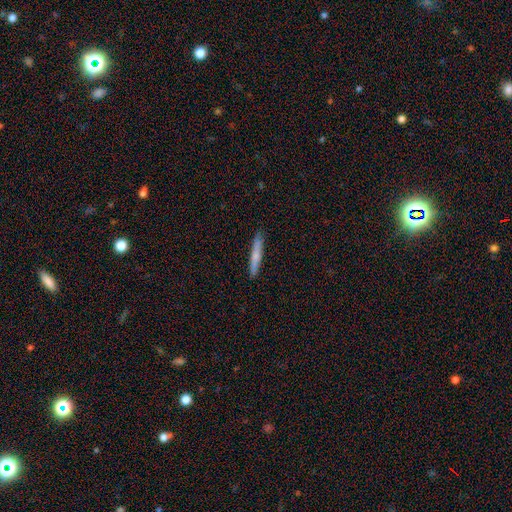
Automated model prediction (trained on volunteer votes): smooth_or_featured: smooth (p=0.67) [alt: featured or disk p=0.27]
how_rounded: cigar-shaped (p=0.94) [alt: in between p=0.04]
merging: none (p=0.90) [alt: minor disturbance p=0.07]